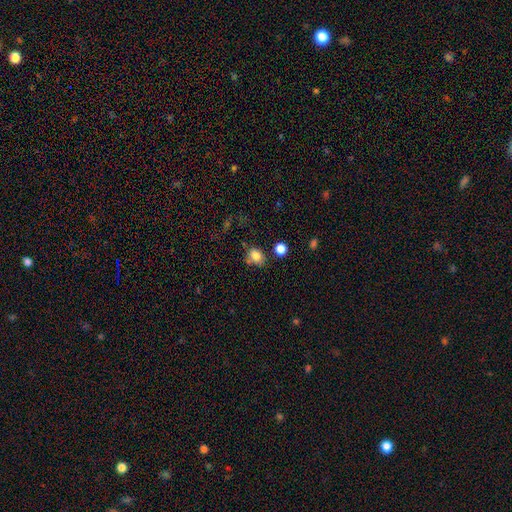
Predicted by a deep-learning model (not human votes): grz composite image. It shows a smooth galaxy with no disk features (82%) that is round (51%). Merging: none (65%).